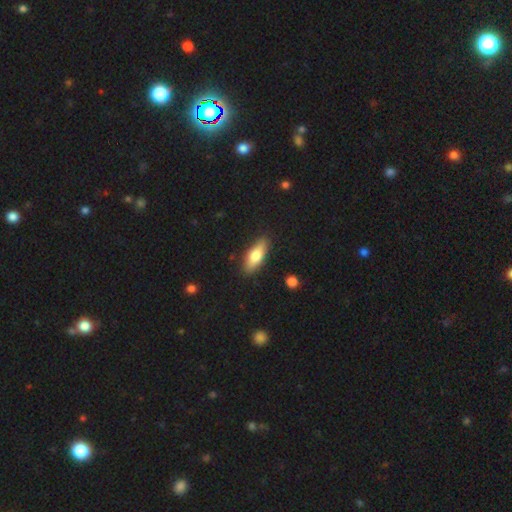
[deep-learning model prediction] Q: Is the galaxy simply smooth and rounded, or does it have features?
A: smooth — 71%.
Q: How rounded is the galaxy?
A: in between — 63%.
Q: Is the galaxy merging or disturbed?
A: none — 85%.